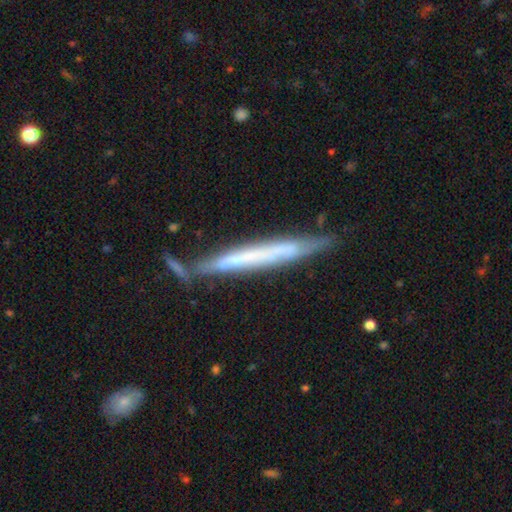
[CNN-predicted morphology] This appears to be a featured or disk galaxy (59%) viewed edge-on (88%) with no central bulge (82%). Merging: none (68%).